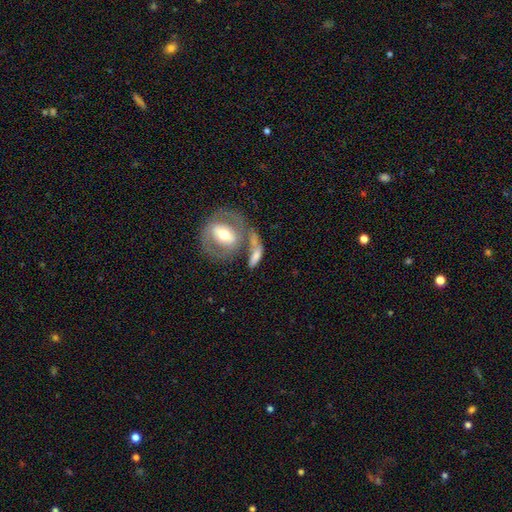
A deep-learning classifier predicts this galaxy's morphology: smooth_or_featured: smooth (p=0.50) [alt: featured or disk p=0.43]
merging: merger (p=0.41) [alt: none p=0.34]